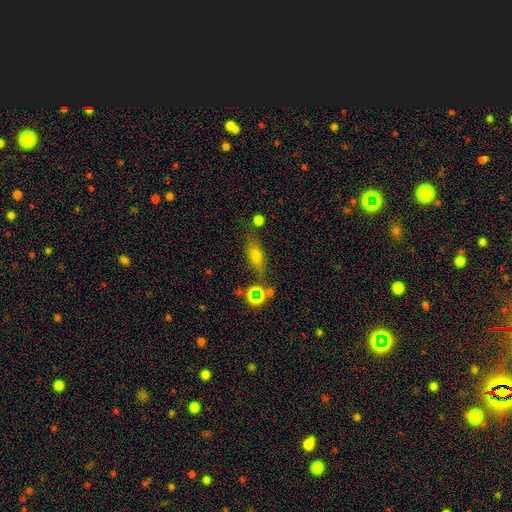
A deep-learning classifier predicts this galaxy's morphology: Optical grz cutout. It shows a smooth galaxy with no disk features (56%) that is in between round and cigar-shaped (64%). Merging: none (65%).